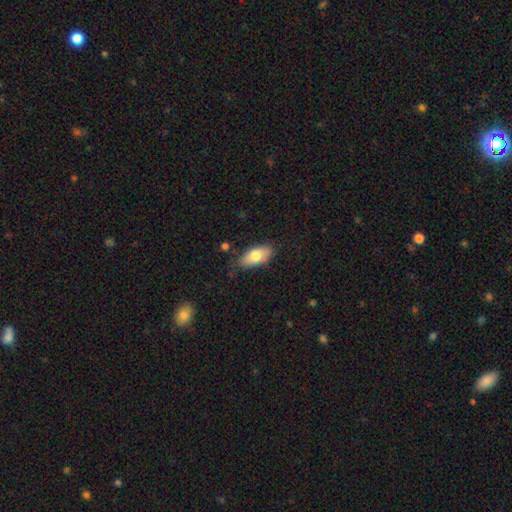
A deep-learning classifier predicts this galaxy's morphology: A smooth galaxy with no disk features (75%) that is in between round and cigar-shaped (88%). Merging: none (75%).